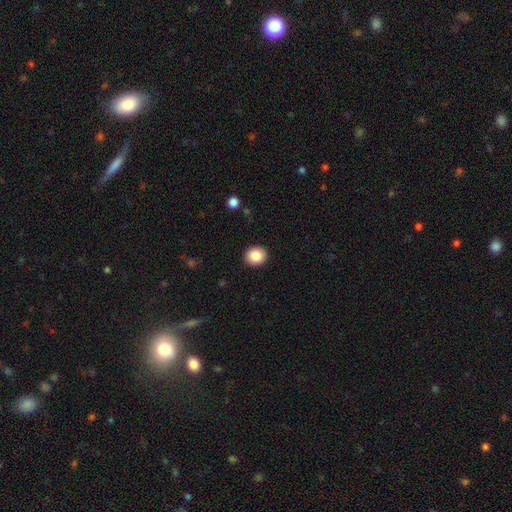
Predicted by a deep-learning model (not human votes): A smooth galaxy with no disk features (86%) that is round (72%). Merging: none (91%).